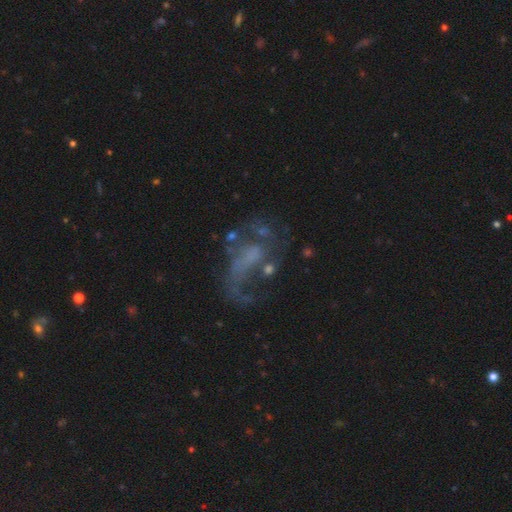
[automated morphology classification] A featured or disk galaxy (70%) with no bar (61%), spiral arms (61%) and no central bulge (58%).

Vote fractions:
- Smooth or featured? featured or disk: 70% / star or artifact: 16% / smooth: 14%
- Edge-on disk? no: 96% / yes: 4%
- Bar? no: 61% / weak: 29% / strong: 10%
- Spiral arms? yes: 61% / no: 39%
- Bulge size? none: 58% / small: 23% / moderate: 14% / large: 3% / dominant: 1%
- Merging? major disturbance: 39% / none: 36% / minor disturbance: 15% / merger: 10%